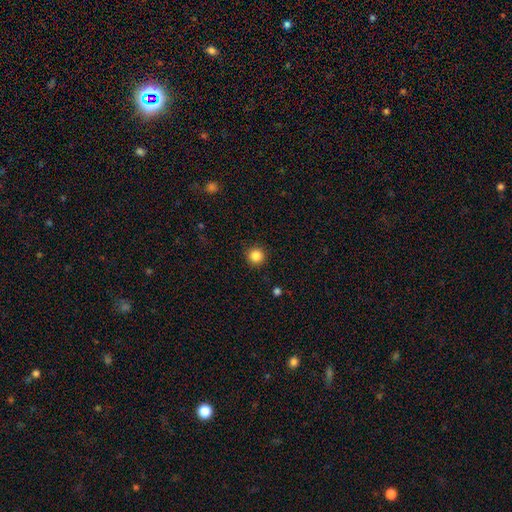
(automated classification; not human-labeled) Smooth or featured? Predicted: smooth (p=0.85). How rounded? Predicted: round (p=0.95). Merging? Predicted: none (p=0.92).